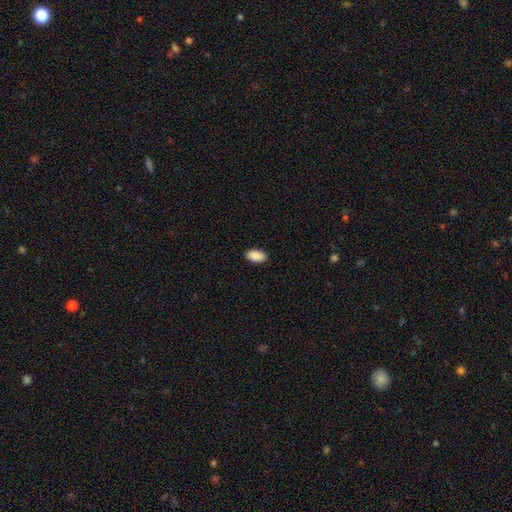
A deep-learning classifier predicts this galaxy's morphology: A smooth galaxy with no disk features (91%) that is in between round and cigar-shaped (94%). Merging: none (90%).